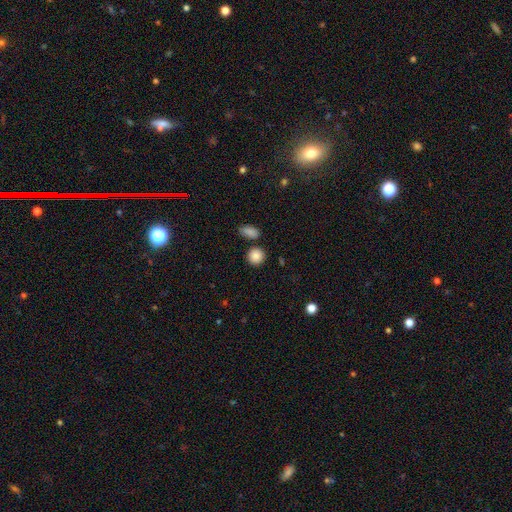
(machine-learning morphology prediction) Smooth or featured: smooth — 88% (star or artifact — 8%)
How rounded: round — 87% (in between — 11%)
Merging: none — 83% (minor disturbance — 8%)